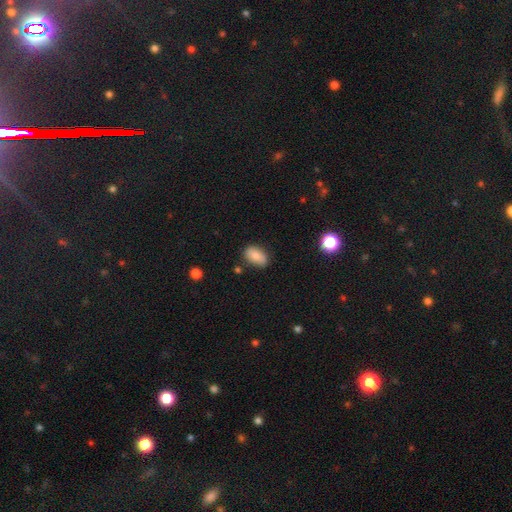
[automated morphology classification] smooth 79%, featured or disk 12%, star or artifact 8%. Down the decision tree: how rounded — in between (90%); merging — none (78%).